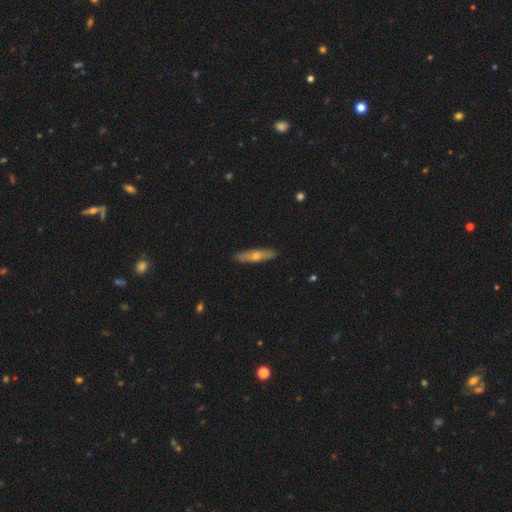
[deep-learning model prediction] This is possibly a smooth galaxy (51%). How rounded: likely cigar-shaped (80%). Merging: clearly none (90%).